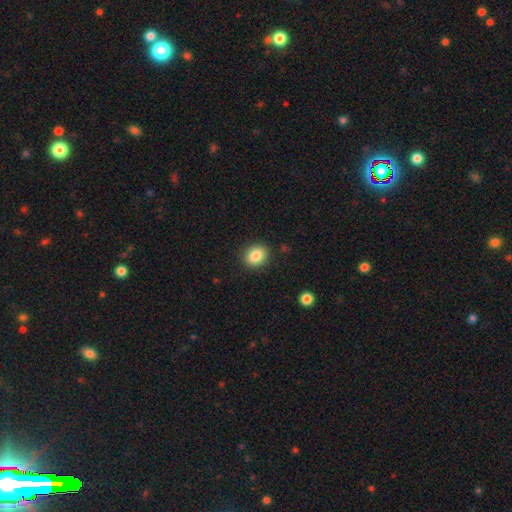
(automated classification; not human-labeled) Smooth or featured? Predicted: smooth (p=0.85). How rounded? Predicted: round (p=0.53). Merging? Predicted: none (p=0.88).